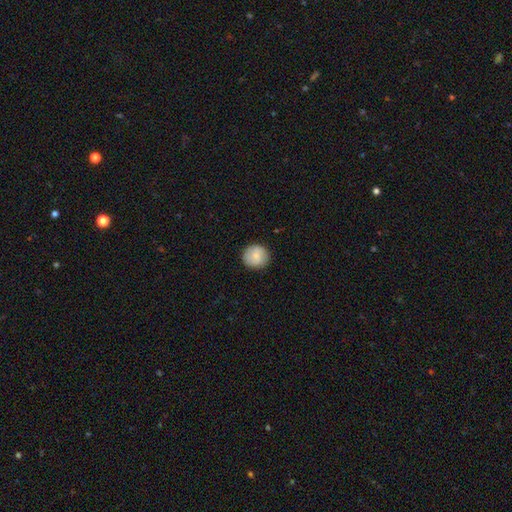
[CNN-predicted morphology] This is clearly a smooth galaxy (80%). How rounded: clearly round (93%). Merging: clearly none (90%).